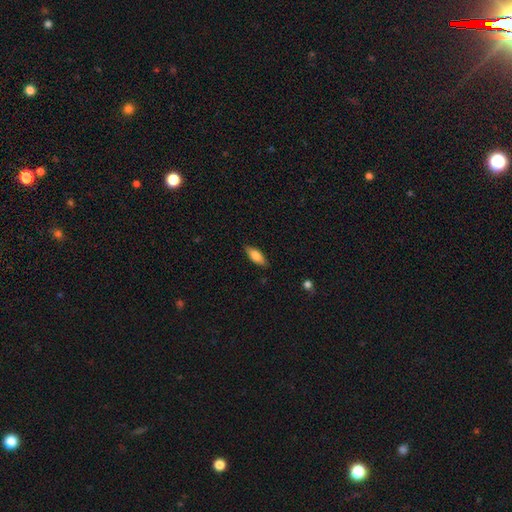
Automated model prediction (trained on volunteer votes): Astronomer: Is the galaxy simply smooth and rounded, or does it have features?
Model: smooth — 77%.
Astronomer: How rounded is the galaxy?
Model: in between — 74%.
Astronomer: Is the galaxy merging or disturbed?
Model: none — 85%.